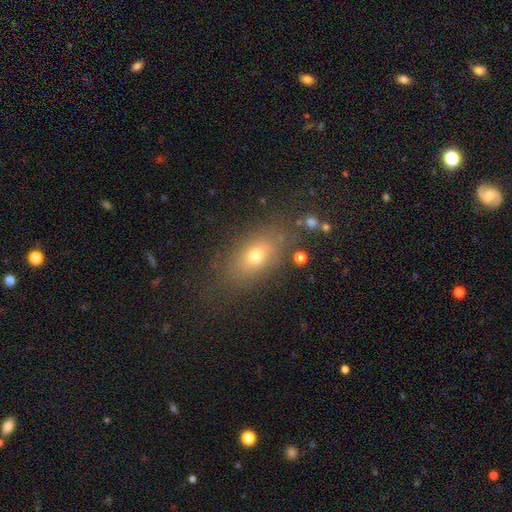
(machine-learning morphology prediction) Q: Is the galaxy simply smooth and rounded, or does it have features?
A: smooth — 66%.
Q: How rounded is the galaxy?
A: in between — 74%.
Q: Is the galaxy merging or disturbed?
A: none — 79%.